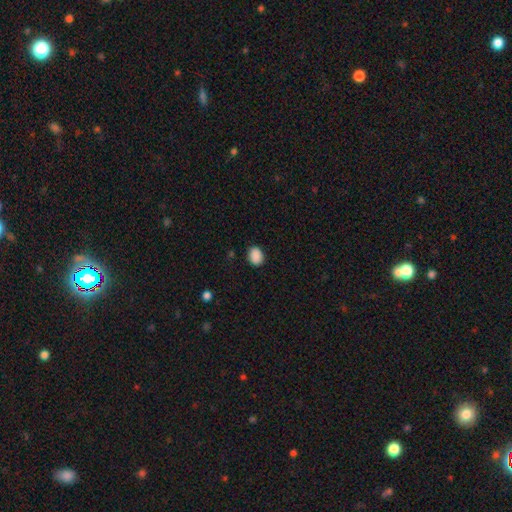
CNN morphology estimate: Overall: smooth (89%). How rounded: in between (65%; round 34%). Merging: none (87%).